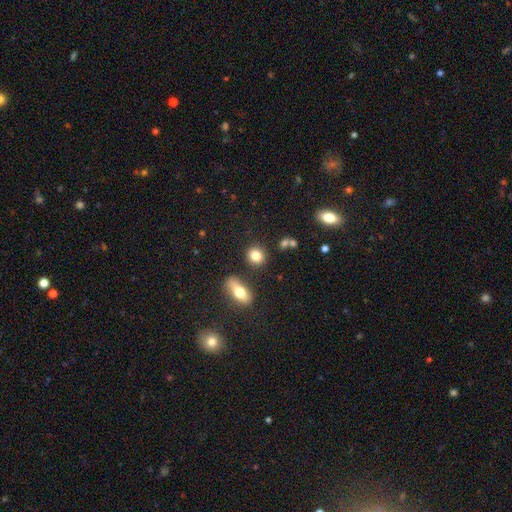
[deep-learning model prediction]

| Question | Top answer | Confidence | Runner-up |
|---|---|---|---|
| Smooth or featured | smooth | 82% | star or artifact (10%) |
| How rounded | round | 78% | in between (20%) |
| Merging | none | 82% | minor disturbance (8%) |